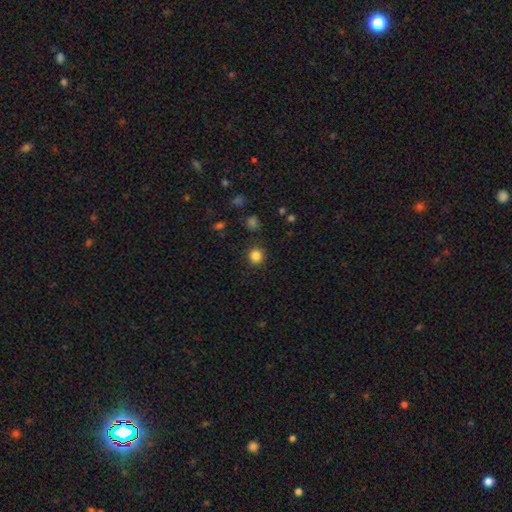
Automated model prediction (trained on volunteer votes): Smooth or featured: smooth — 84% (star or artifact — 12%)
How rounded: round — 91% (in between — 8%)
Merging: none — 90% (minor disturbance — 6%)